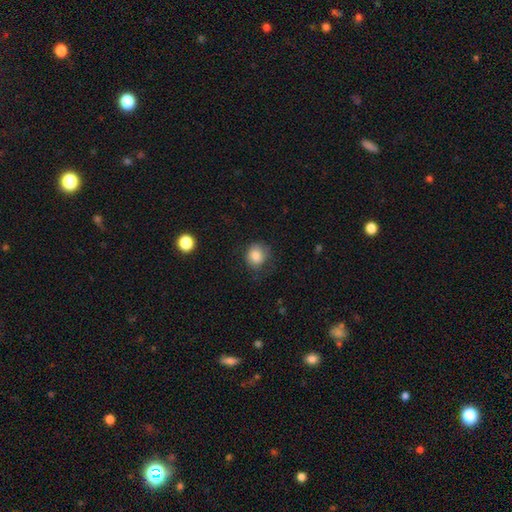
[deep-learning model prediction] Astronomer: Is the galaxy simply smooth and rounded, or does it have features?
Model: smooth — 81%.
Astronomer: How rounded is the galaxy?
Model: round — 73%.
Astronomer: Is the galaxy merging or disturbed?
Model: none — 64%.